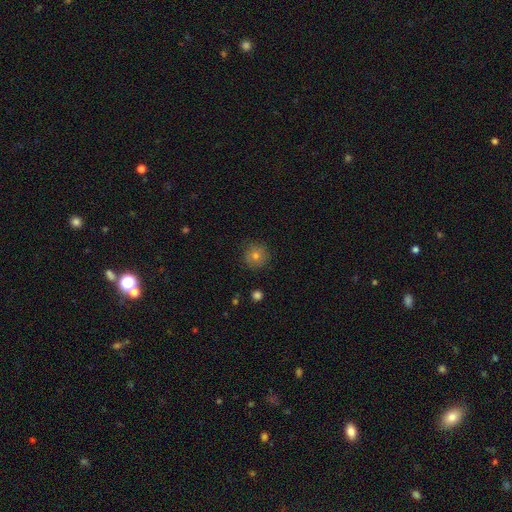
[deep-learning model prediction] This appears to be a smooth galaxy with no disk features (72%) that is round (95%). Merging: none (88%).